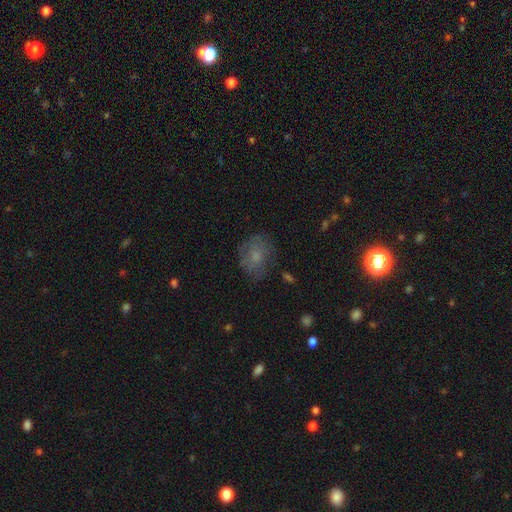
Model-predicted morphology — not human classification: A smooth galaxy with no disk features (63%) that is in between round and cigar-shaped (56%).

Vote fractions:
- Smooth or featured? smooth: 63% / featured or disk: 24% / star or artifact: 13%
- How rounded? in between: 56% / round: 42% / cigar-shaped: 1%
- Merging? none: 69% / minor disturbance: 20% / major disturbance: 9% / merger: 2%